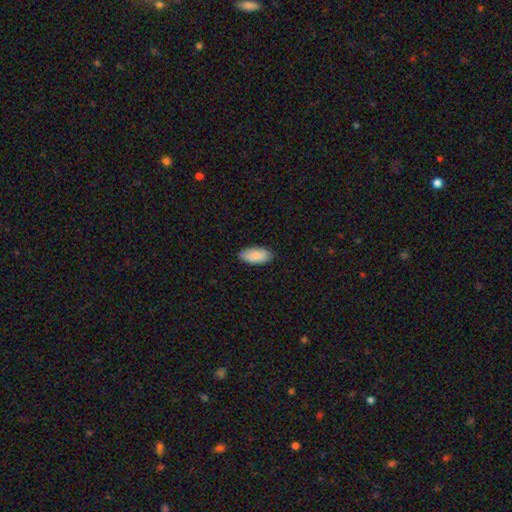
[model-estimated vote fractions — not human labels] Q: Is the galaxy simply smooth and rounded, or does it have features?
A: smooth — 88%.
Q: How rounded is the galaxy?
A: in between — 93%.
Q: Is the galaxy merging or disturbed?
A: none — 85%.